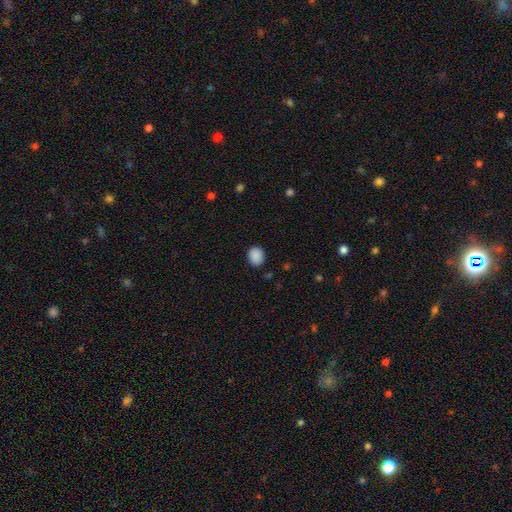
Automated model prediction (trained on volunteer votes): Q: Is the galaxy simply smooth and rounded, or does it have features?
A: smooth — 89%.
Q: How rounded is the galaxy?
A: round — 55%.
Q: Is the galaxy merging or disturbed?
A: none — 87%.